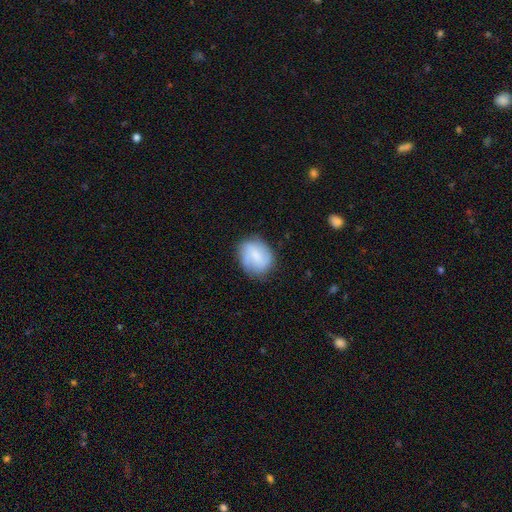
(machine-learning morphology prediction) Smooth or featured?
  - smooth: 59% *
  - featured or disk: 34%
  - star or artifact: 7%
How rounded?
  - round: 54% *
  - in between: 44%
  - cigar-shaped: 2%
Merging?
  - none: 72% *
  - minor disturbance: 20%
  - major disturbance: 6%
  - merger: 2%